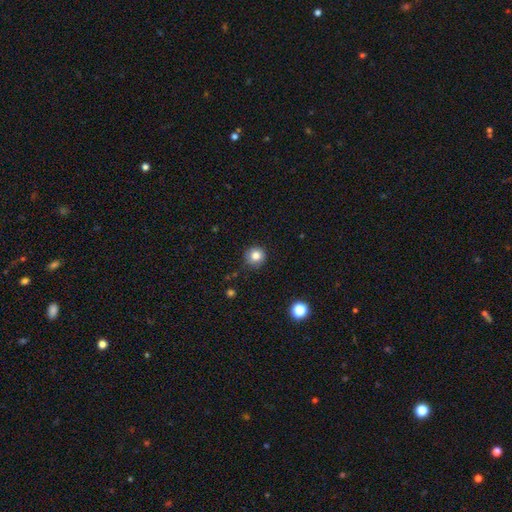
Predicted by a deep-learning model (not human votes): The model was most divided on "smooth or featured": smooth: 81%, star or artifact: 11%, featured or disk: 7%. More confident: how rounded — round (93%); merging — none (86%).